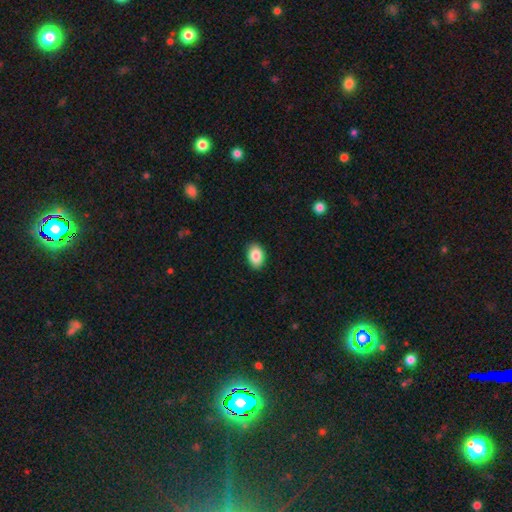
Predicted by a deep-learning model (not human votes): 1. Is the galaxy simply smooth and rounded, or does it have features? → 87% smooth, 7% star or artifact, 6% featured or disk.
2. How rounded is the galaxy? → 88% in between, 11% round, 1% cigar-shaped.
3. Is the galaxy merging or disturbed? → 90% none, 8% minor disturbance, 2% major disturbance, 1% merger.